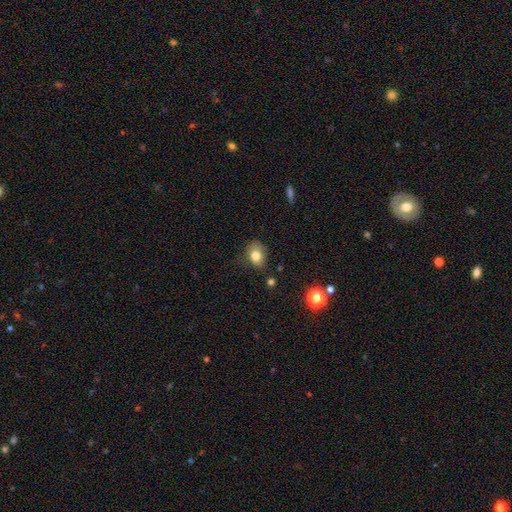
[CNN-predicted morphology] This appears to be a smooth galaxy with no disk features (79%) that is in between round and cigar-shaped (60%). Merging: none (62%).